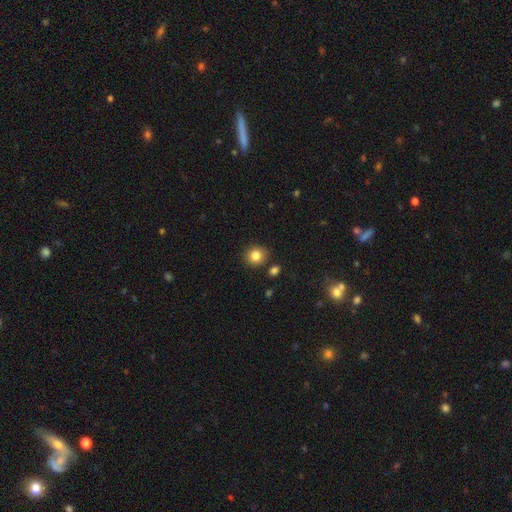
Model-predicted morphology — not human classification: Smooth or featured? smooth (84%)
How rounded? round (84%)
Merging? none (85%)